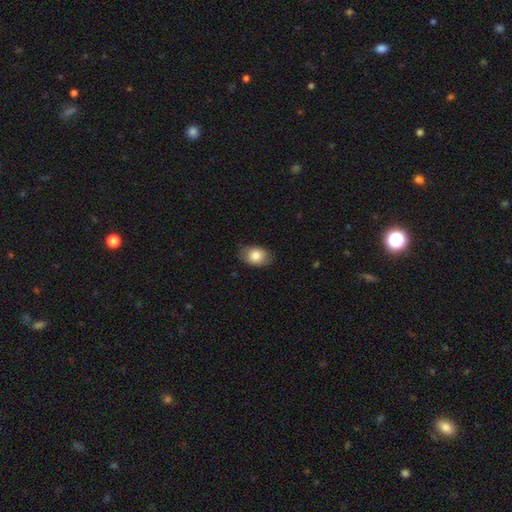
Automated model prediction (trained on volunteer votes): A smooth galaxy with no disk features (82%) that is in between round and cigar-shaped (80%).

Vote fractions:
- Smooth or featured? smooth: 82% / featured or disk: 10% / star or artifact: 7%
- How rounded? in between: 80% / round: 19% / cigar-shaped: 1%
- Merging? none: 81% / minor disturbance: 15% / major disturbance: 3% / merger: 1%